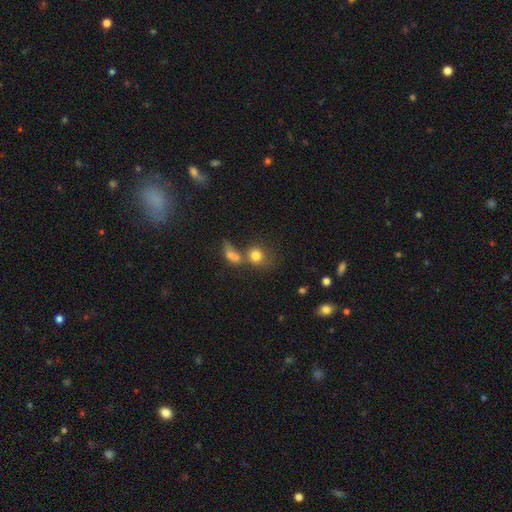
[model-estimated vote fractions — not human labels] smooth-or-featured: smooth: 79% | star or artifact: 11% | featured or disk: 10%
  how-rounded: round: 75% | in between: 23% | cigar-shaped: 2%
  merging: merger: 42% | none: 39% | minor disturbance: 11% | major disturbance: 9%